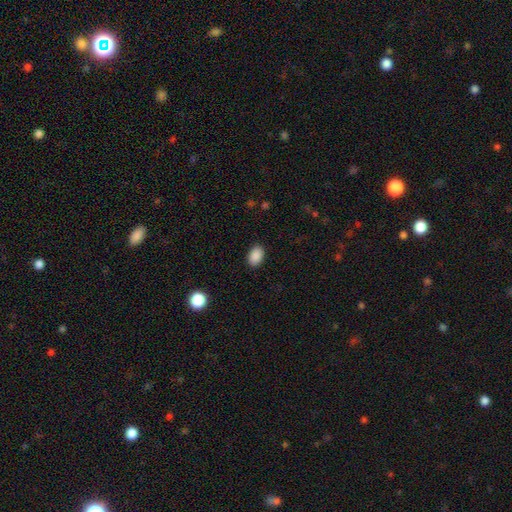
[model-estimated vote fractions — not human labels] smooth_or_featured: smooth (p=0.89) [alt: star or artifact p=0.08]
how_rounded: in between (p=0.84) [alt: round p=0.15]
merging: none (p=0.88) [alt: minor disturbance p=0.08]